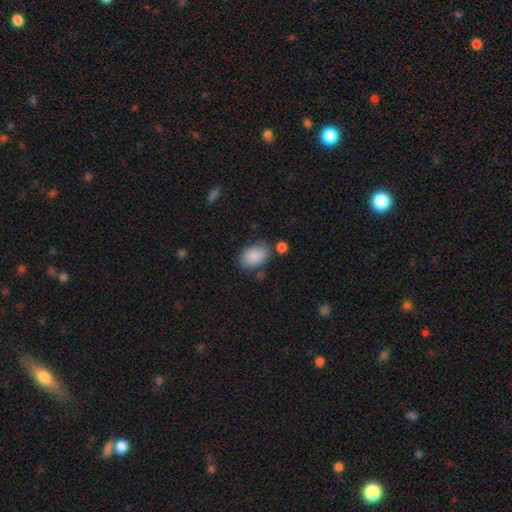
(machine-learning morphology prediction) This is clearly a smooth galaxy (88%). How rounded: clearly in between (87%). Merging: likely none (71%).